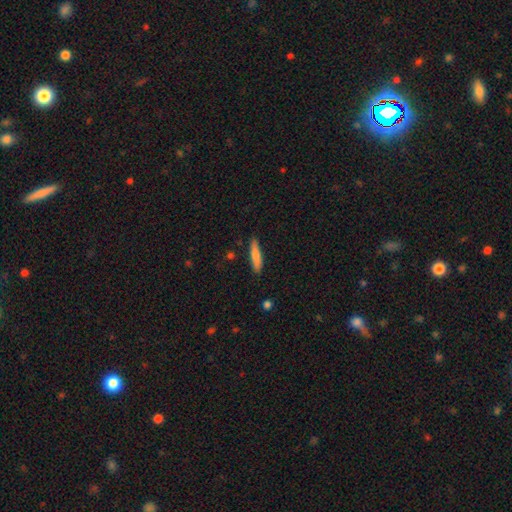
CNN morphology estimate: This appears to be a smooth galaxy with no disk features (76%) that is cigar-shaped (84%). Merging: none (85%).